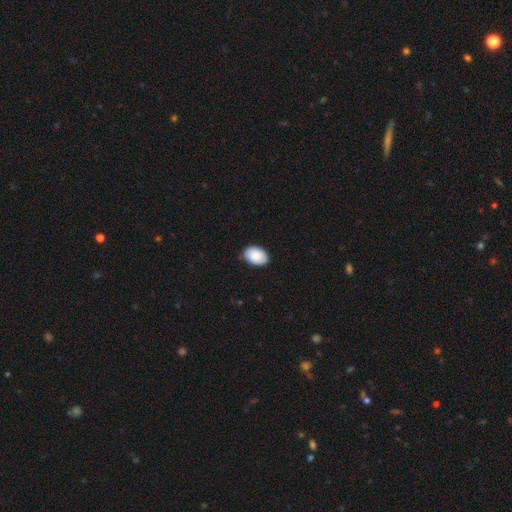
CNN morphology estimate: Smooth or featured?
  - smooth: 88% *
  - star or artifact: 6%
  - featured or disk: 6%
How rounded?
  - in between: 87% *
  - round: 12%
  - cigar-shaped: 1%
Merging?
  - none: 83% *
  - minor disturbance: 14%
  - major disturbance: 2%
  - merger: 1%